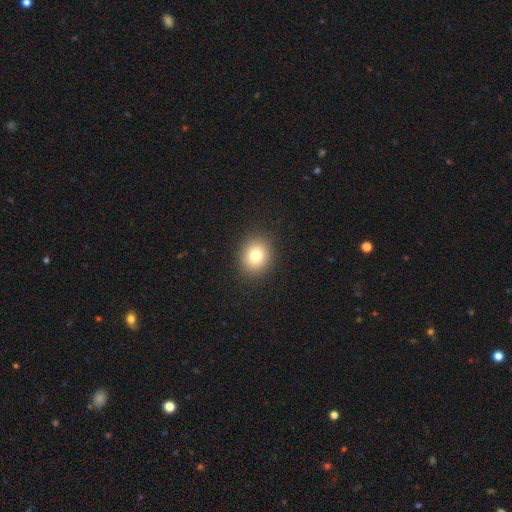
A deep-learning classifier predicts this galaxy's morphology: type=smooth (78%); roundness=round (69%); merging=none (90%).